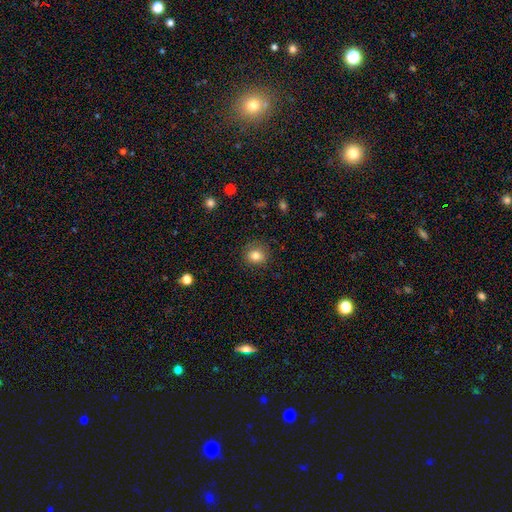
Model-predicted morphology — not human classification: Smooth or featured: smooth — 82% (star or artifact — 11%)
How rounded: round — 78% (in between — 21%)
Merging: none — 86% (minor disturbance — 10%)